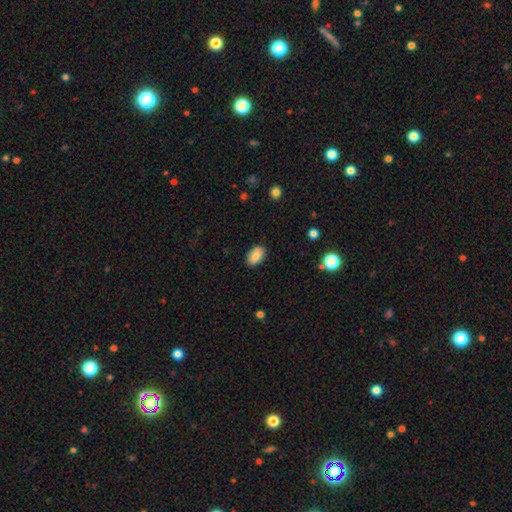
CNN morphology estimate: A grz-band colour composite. It shows a smooth galaxy with no disk features (85%) that is in between round and cigar-shaped (91%). Merging: none (87%).